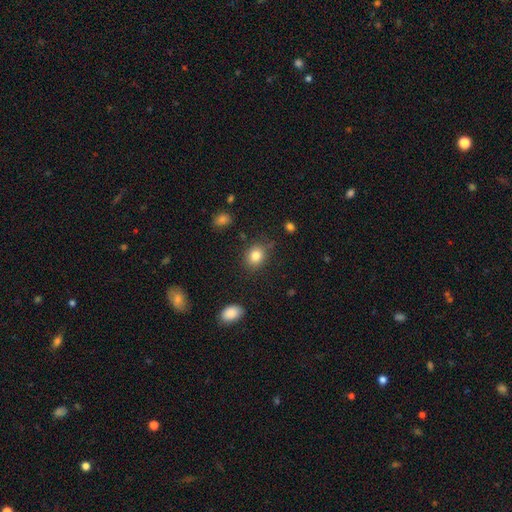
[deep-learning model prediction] This appears to be a smooth galaxy with no disk features (83%) that is round (61%). Merging: none (80%).